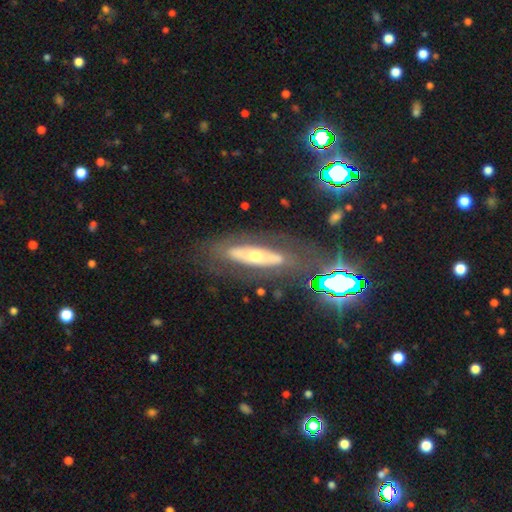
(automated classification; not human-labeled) The model was most divided on "edge-on disk": no: 66%, yes: 34%. More confident: merging — none (69%); smooth or featured — featured or disk (63%).